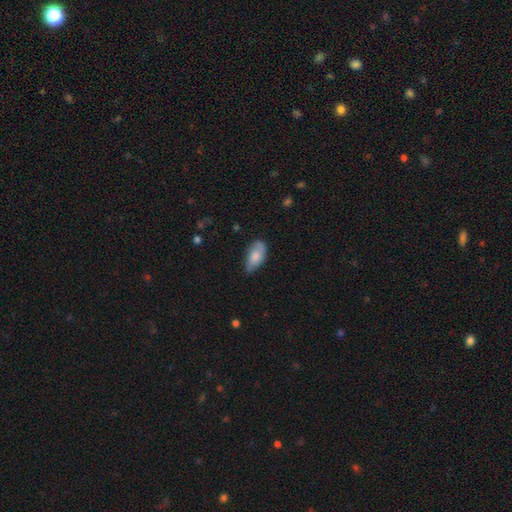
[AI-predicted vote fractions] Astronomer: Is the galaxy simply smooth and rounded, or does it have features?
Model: smooth — 76%.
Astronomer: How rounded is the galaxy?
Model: in between — 91%.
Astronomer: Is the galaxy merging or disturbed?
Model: none — 56% (runner-up: minor disturbance, 35%).